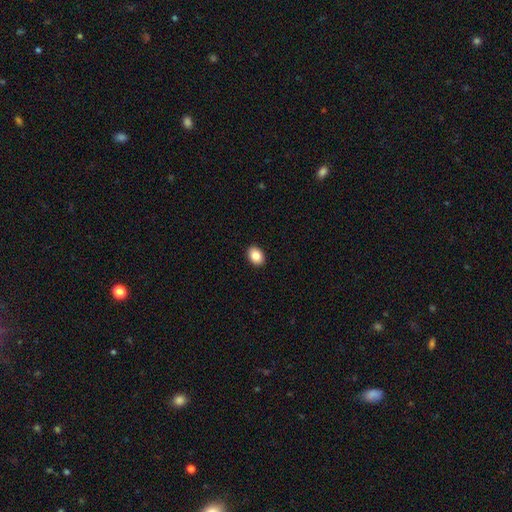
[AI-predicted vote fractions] This appears to be a smooth galaxy with no disk features (86%) that is in between round and cigar-shaped (72%). Merging: none (92%).